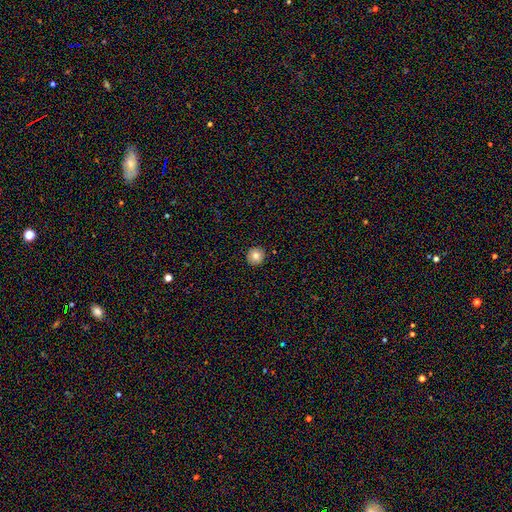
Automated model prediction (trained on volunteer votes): Morphology: type=smooth (82%); roundness=round (95%); merging=none (93%).